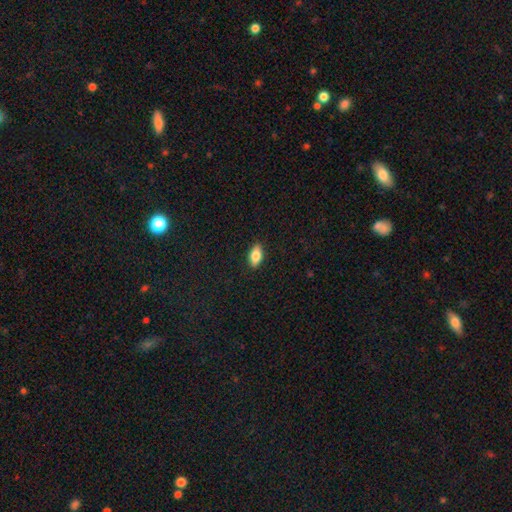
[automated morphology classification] Smooth or featured?
  - smooth: 80% *
  - featured or disk: 13%
  - star or artifact: 7%
How rounded?
  - in between: 88% *
  - cigar-shaped: 9%
  - round: 4%
Merging?
  - none: 89% *
  - minor disturbance: 8%
  - major disturbance: 2%
  - merger: 1%